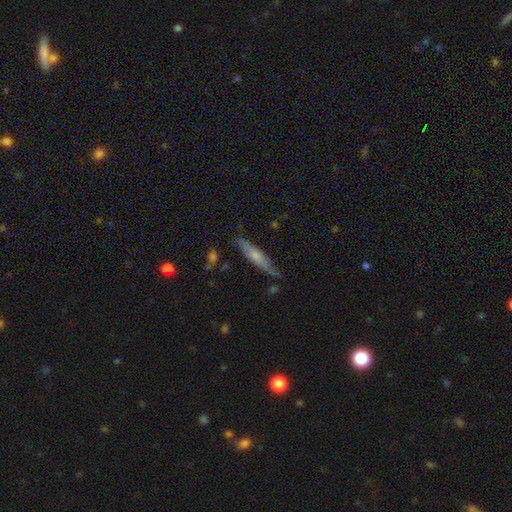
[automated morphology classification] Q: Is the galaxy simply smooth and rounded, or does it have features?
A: smooth — 49%.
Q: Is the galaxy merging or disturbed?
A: none — 77%.